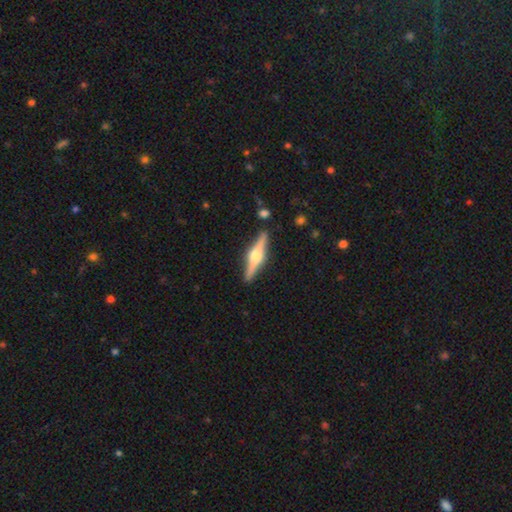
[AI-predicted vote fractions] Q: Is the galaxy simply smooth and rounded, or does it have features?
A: featured or disk — 75%.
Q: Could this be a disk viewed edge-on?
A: yes — 98%.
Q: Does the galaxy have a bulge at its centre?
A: rounded — 94%.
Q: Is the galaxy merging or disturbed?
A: none — 89%.